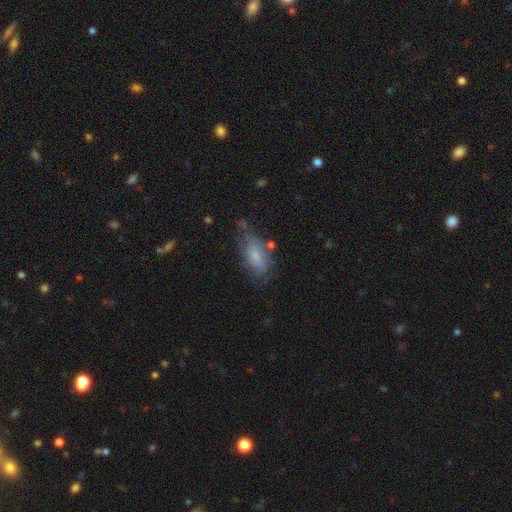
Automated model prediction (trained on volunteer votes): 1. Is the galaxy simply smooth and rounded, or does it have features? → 64% smooth, 28% featured or disk, 8% star or artifact.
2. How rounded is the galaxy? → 86% in between, 10% cigar-shaped, 4% round.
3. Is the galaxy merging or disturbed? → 51% none, 30% minor disturbance, 13% major disturbance, 5% merger.